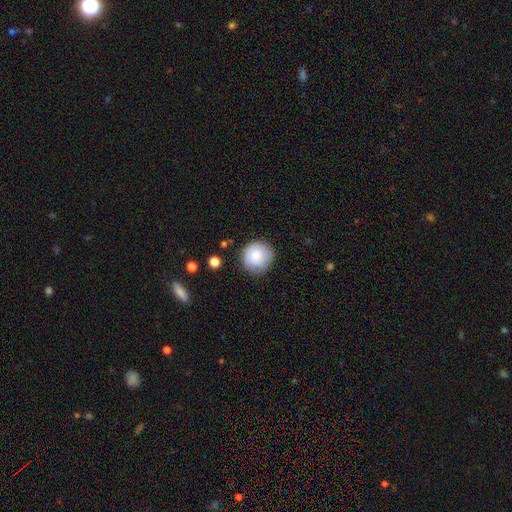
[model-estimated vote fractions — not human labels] Smooth or featured: smooth — 77% (featured or disk — 16%)
How rounded: round — 93% (in between — 6%)
Merging: none — 81% (minor disturbance — 14%)